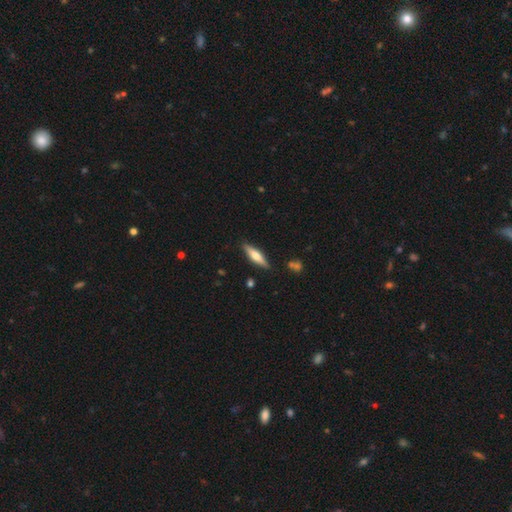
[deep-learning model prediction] Q: Smooth or featured?
A: featured or disk (49%); runner-up: smooth (45%)
Q: Merging?
A: none (87%); runner-up: minor disturbance (9%)